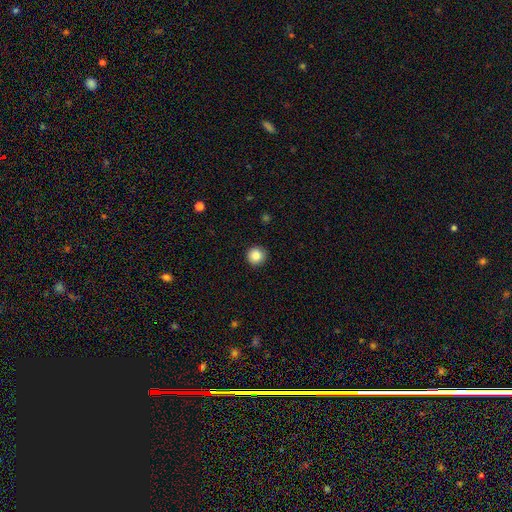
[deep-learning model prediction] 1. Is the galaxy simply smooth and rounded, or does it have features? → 86% smooth, 10% star or artifact, 5% featured or disk.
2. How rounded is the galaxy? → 95% round, 4% in between, 1% cigar-shaped.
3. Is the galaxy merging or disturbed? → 91% none, 6% minor disturbance, 2% major disturbance, 1% merger.